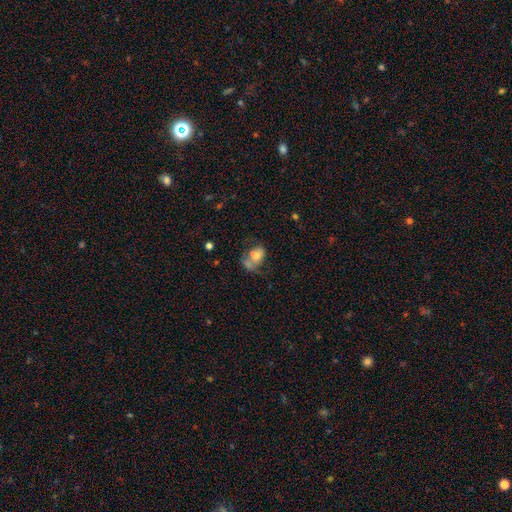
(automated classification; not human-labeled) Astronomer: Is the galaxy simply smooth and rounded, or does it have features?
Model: smooth — 58%.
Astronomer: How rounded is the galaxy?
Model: in between — 77%.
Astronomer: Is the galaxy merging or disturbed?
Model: merger — 46% (runner-up: none, 21%).